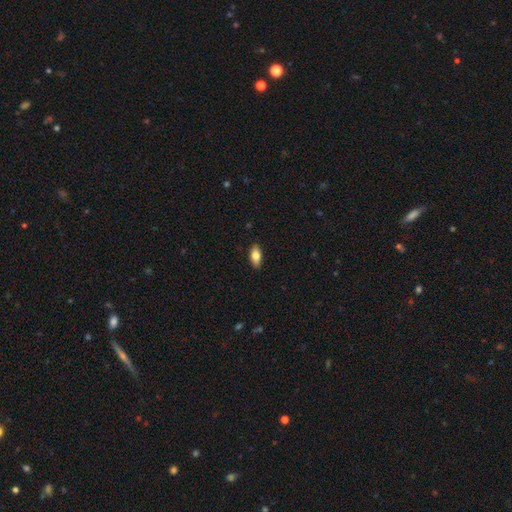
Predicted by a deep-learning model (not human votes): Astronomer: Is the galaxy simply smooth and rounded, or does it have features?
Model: smooth — 77%.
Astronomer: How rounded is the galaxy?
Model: in between — 86%.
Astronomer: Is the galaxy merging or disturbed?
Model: none — 89%.